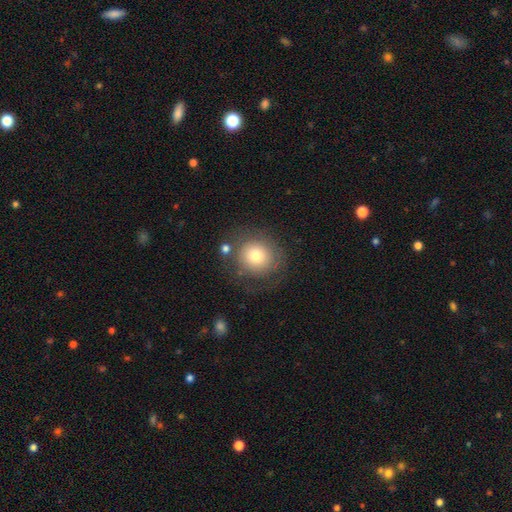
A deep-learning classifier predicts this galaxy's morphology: Smooth or featured?
  - smooth: 70% *
  - featured or disk: 20%
  - star or artifact: 10%
How rounded?
  - round: 87% *
  - in between: 12%
  - cigar-shaped: 1%
Merging?
  - none: 71% *
  - minor disturbance: 15%
  - major disturbance: 9%
  - merger: 5%